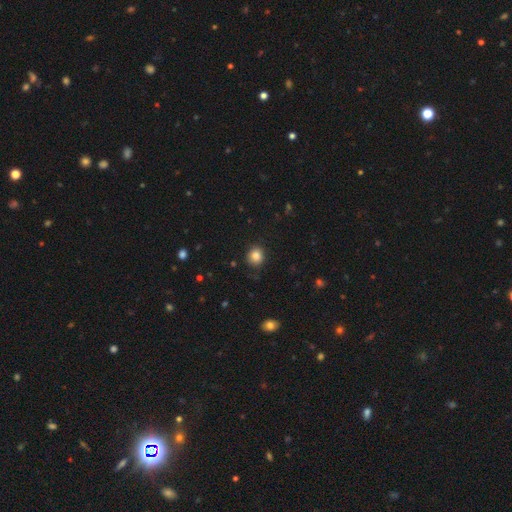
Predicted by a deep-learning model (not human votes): Smooth or featured? smooth (85%)
How rounded? round (84%)
Merging? none (87%)